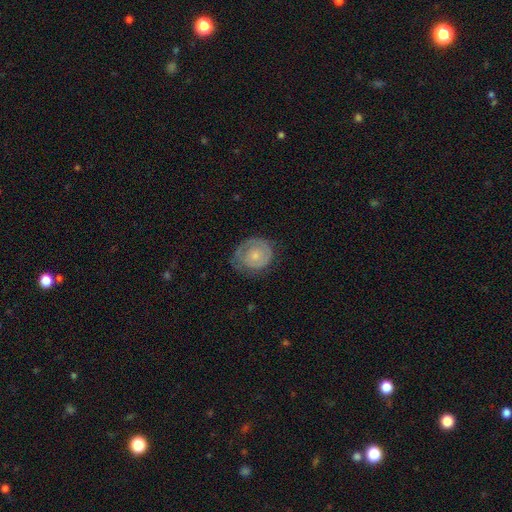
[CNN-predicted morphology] Smooth or featured? Predicted: featured or disk (p=0.53). Edge-on disk? Predicted: no (p=0.97). Bar? Predicted: no (p=0.84). Spiral arms? Predicted: yes (p=0.67). Bulge size? Predicted: small (p=0.59). Merging? Predicted: none (p=0.63).